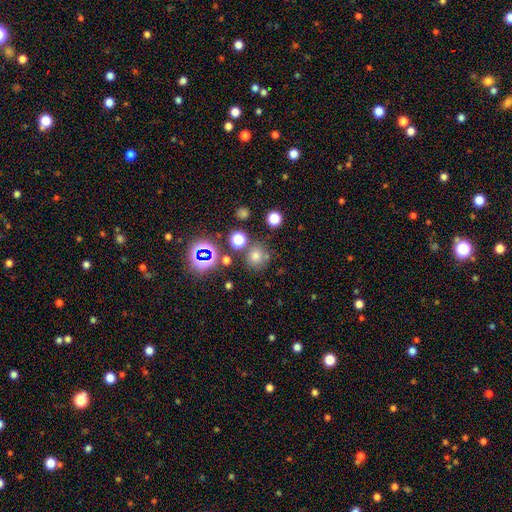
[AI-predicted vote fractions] A smooth galaxy with no disk features (61%) that is round (85%). Merging: none (76%).